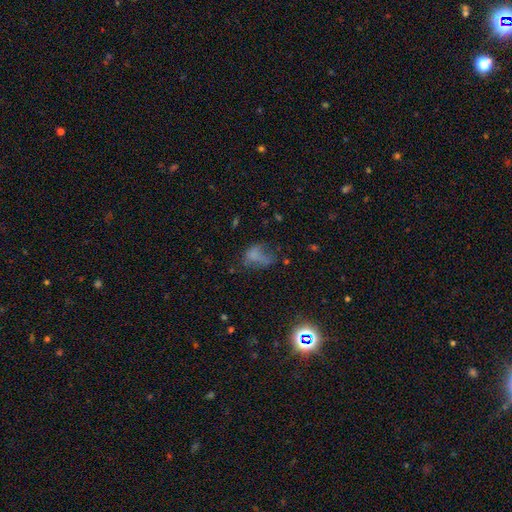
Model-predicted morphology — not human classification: This appears to be a smooth galaxy with no disk features (60%) that is in between round and cigar-shaped (78%). Merging: major disturbance (40%).